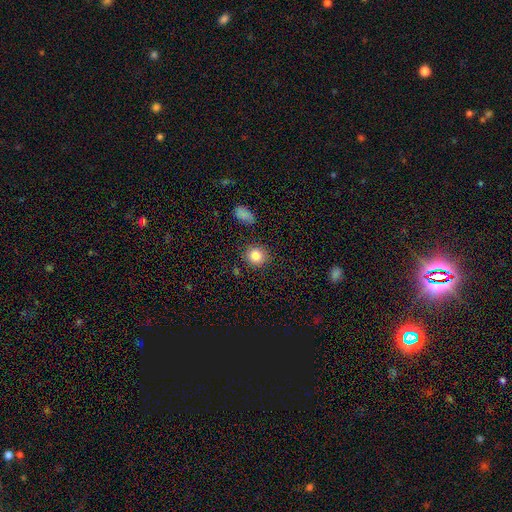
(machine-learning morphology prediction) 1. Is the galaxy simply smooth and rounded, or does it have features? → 84% smooth, 10% star or artifact, 6% featured or disk.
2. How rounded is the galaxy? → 88% round, 11% in between, 1% cigar-shaped.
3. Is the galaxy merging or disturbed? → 88% none, 7% minor disturbance, 2% major disturbance, 2% merger.